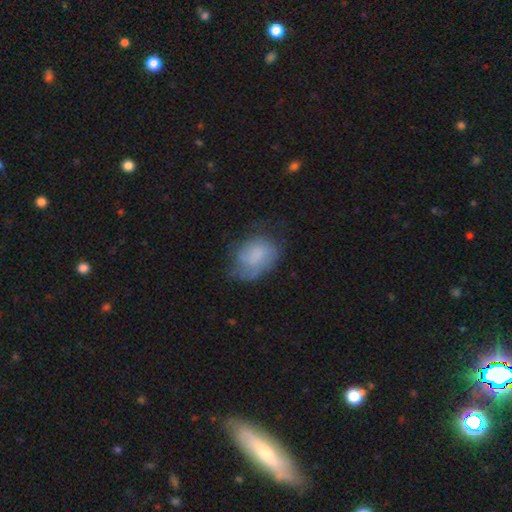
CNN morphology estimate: Smooth or featured? smooth (63%)
How rounded? in between (71%)
Merging? none (46%)